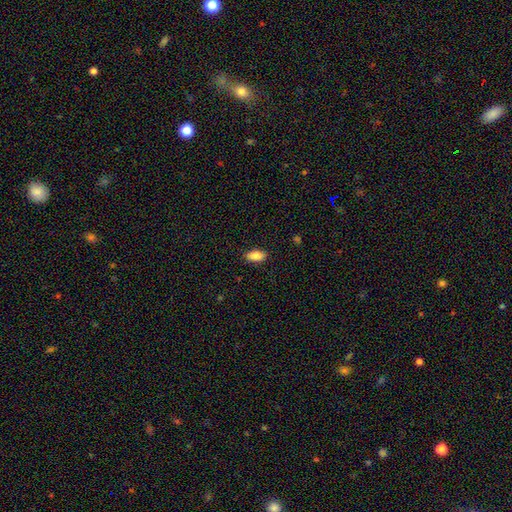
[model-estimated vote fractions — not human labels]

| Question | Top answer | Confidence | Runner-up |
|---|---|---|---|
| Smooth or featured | smooth | 84% | featured or disk (8%) |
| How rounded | in between | 90% | cigar-shaped (6%) |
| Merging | none | 87% | minor disturbance (9%) |